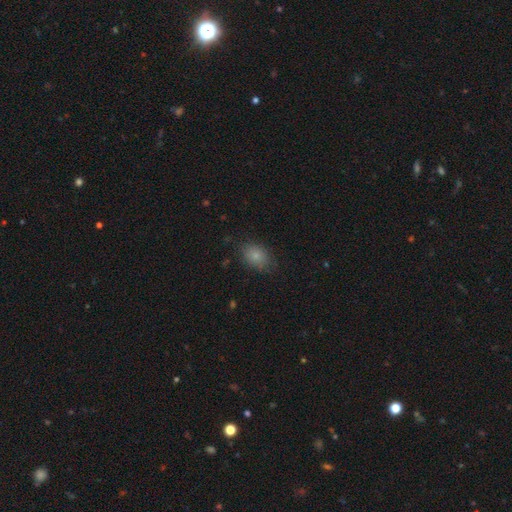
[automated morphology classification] Q: Smooth or featured?
A: smooth (81%); runner-up: star or artifact (10%)
Q: How rounded?
A: in between (74%); runner-up: round (25%)
Q: Merging?
A: none (77%); runner-up: minor disturbance (17%)